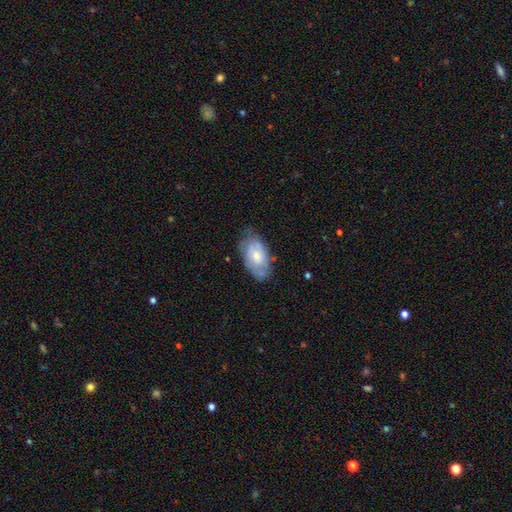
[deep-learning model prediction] A smooth galaxy with no disk features (47%). Merging: none (64%).